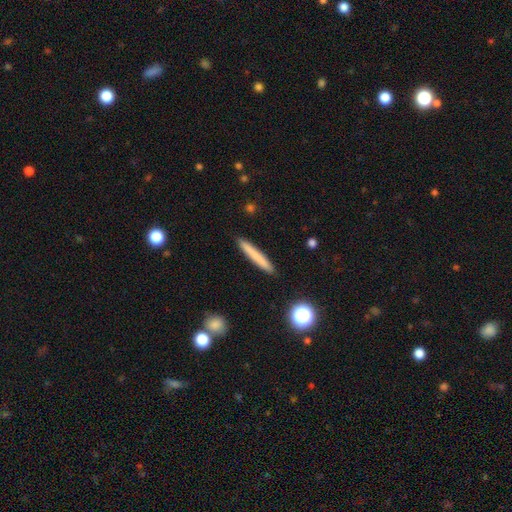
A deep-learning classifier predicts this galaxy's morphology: Smooth or featured: smooth — 74% (featured or disk — 19%)
How rounded: cigar-shaped — 95% (in between — 3%)
Merging: none — 91% (minor disturbance — 6%)